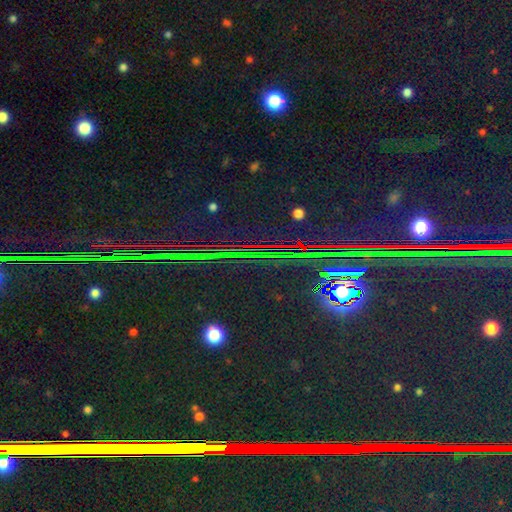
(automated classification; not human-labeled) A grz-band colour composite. It shows a star or artifact, not a galaxy (86%).